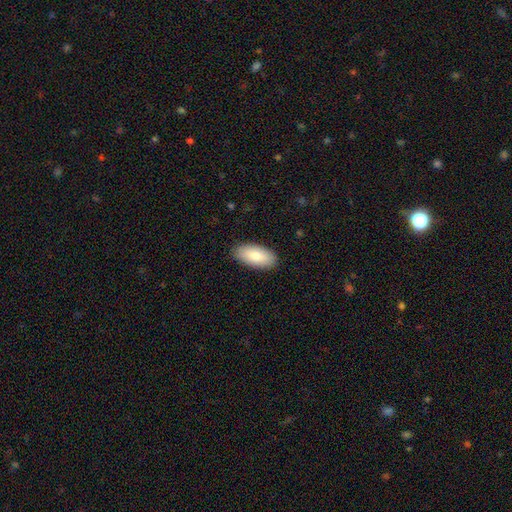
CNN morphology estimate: The model was most divided on "smooth or featured": smooth: 83%, featured or disk: 11%, star or artifact: 6%. More confident: how rounded — in between (92%); merging — none (89%).